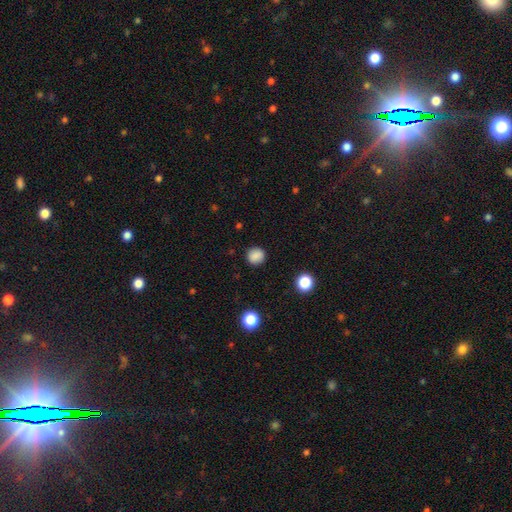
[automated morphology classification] type=smooth (86%); roundness=round (88%); merging=none (89%).